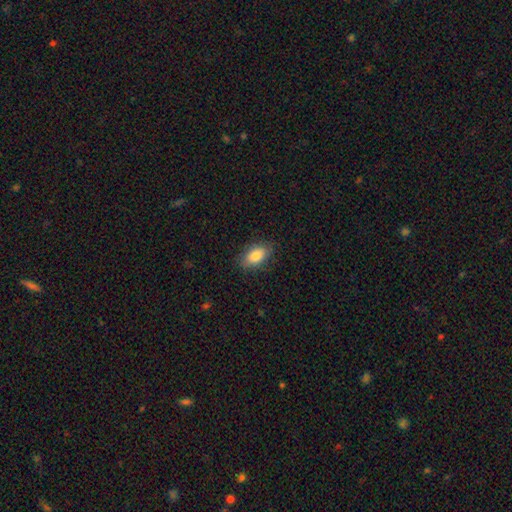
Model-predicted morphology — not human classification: Smooth or featured? smooth (85%)
How rounded? in between (90%)
Merging? none (83%)